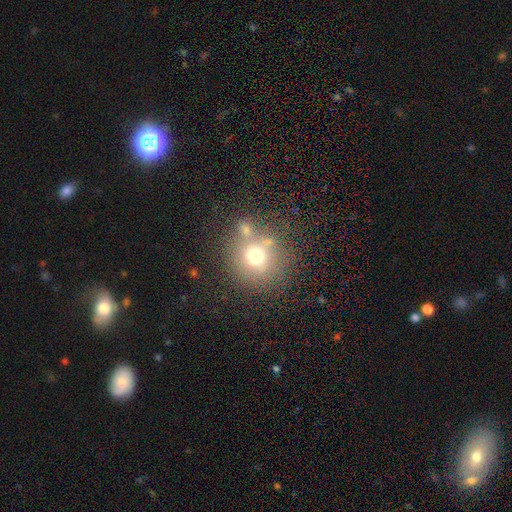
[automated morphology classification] The model was most divided on "merging": none: 62%, merger: 19%, minor disturbance: 13%, major disturbance: 7%. More confident: how rounded — round (91%); smooth or featured — smooth (68%).